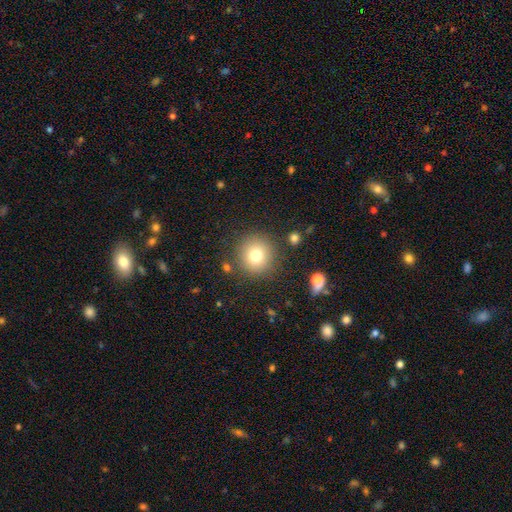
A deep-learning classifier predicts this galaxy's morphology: A smooth galaxy with no disk features (76%) that is round (94%).

Vote fractions:
- Smooth or featured? smooth: 76% / star or artifact: 13% / featured or disk: 11%
- How rounded? round: 94% / in between: 5% / cigar-shaped: 1%
- Merging? none: 86% / minor disturbance: 7% / major disturbance: 3% / merger: 3%